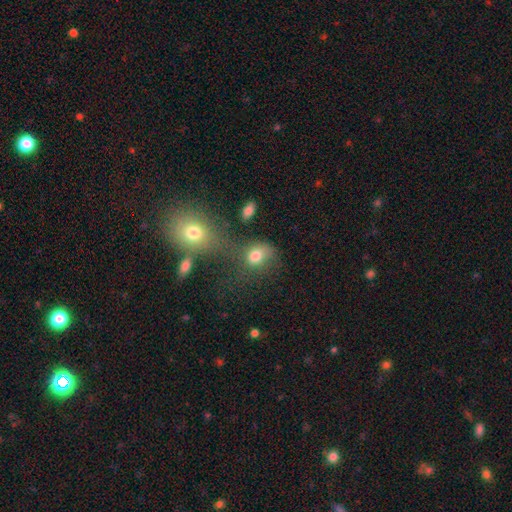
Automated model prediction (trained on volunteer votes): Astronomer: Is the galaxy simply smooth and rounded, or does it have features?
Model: smooth — 77%.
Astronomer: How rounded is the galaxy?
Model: round — 50% (runner-up: in between, 48%).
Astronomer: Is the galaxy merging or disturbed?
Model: none — 37% (runner-up: merger, 30%).